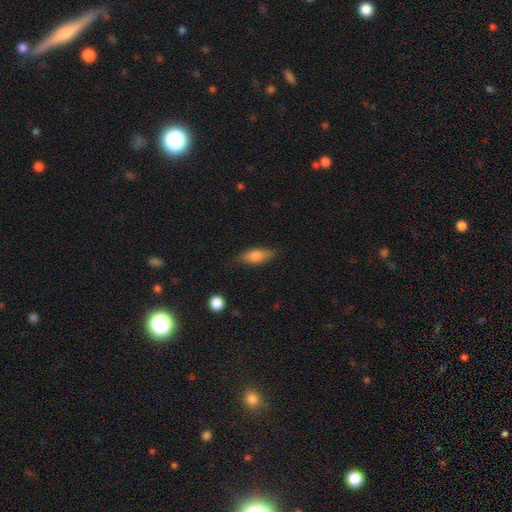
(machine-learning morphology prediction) Q: Smooth or featured?
A: smooth (74%); runner-up: featured or disk (19%)
Q: How rounded?
A: in between (61%); runner-up: cigar-shaped (36%)
Q: Merging?
A: none (80%); runner-up: minor disturbance (15%)